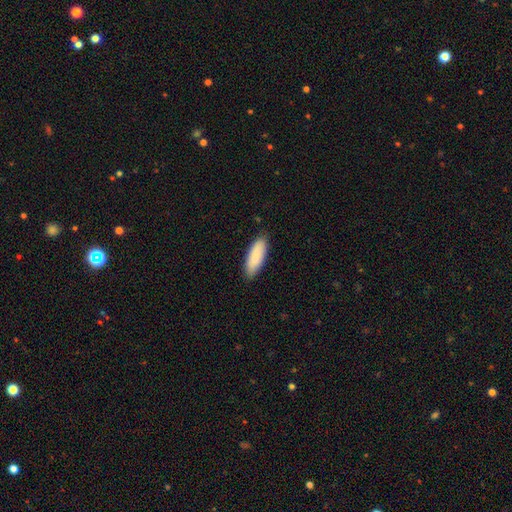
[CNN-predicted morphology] Smooth or featured? smooth (89%)
How rounded? in between (66%)
Merging? none (86%)